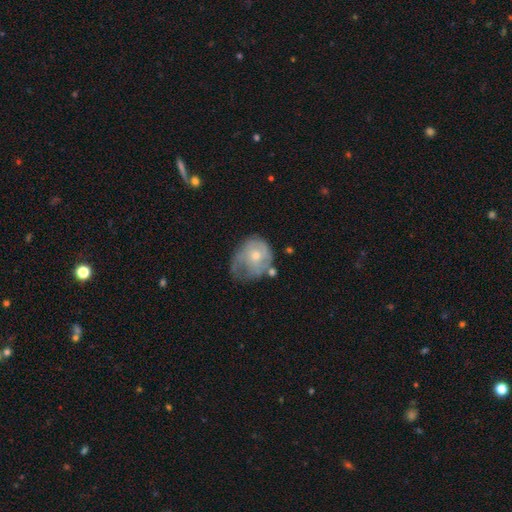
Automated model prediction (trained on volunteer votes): smooth-or-featured: featured or disk: 54% | smooth: 39% | star or artifact: 8%
  disk-edge-on: no: 97% | yes: 3%
    bar: no: 80% | weak: 18% | strong: 2%
    has-spiral-arms: yes: 62% | no: 38%
    bulge-size: small: 52% | moderate: 43% | none: 2% | large: 2% | dominant: 1%
  merging: major disturbance: 34% | minor disturbance: 31% | none: 28% | merger: 7%